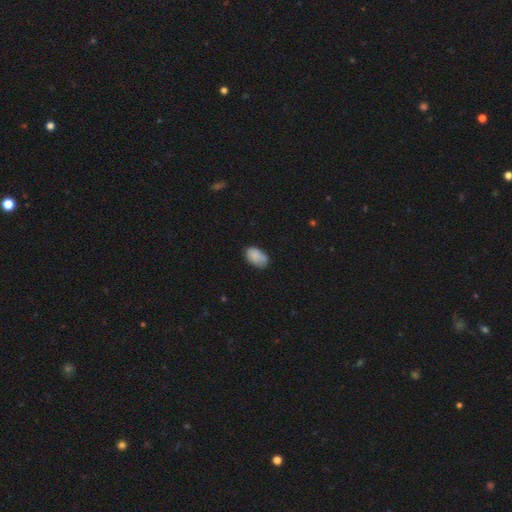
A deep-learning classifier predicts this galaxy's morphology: smooth_or_featured: smooth (p=0.84) [alt: featured or disk p=0.09]
how_rounded: in between (p=0.91) [alt: round p=0.08]
merging: none (p=0.66) [alt: minor disturbance p=0.26]